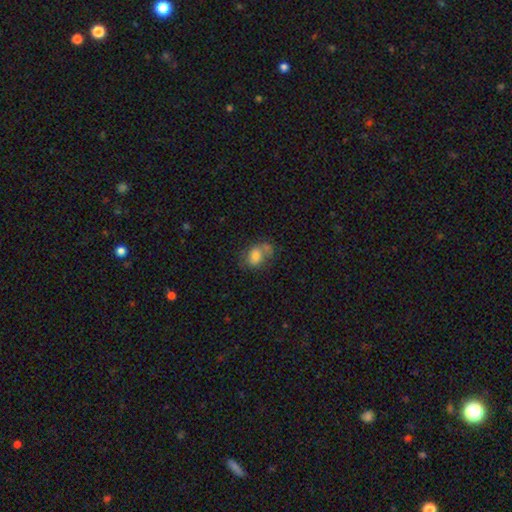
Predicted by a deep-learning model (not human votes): The model was most divided on "merging": none: 40%, merger: 25%, minor disturbance: 23%, major disturbance: 13%. More confident: smooth or featured — smooth (73%); how rounded — in between (67%).